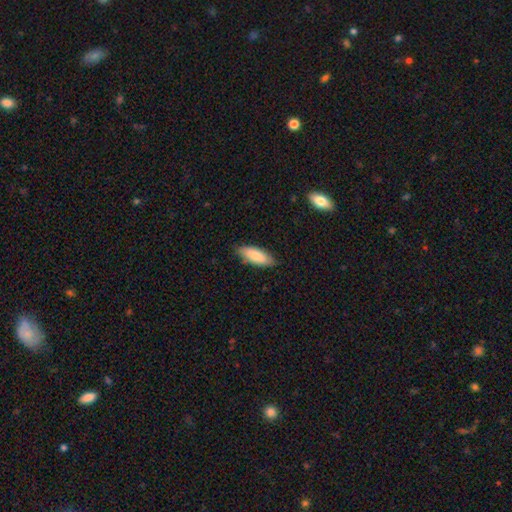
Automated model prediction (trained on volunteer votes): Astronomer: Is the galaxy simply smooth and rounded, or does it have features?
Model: smooth — 83%.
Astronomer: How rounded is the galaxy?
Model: in between — 73%.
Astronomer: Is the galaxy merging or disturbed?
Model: none — 82%.